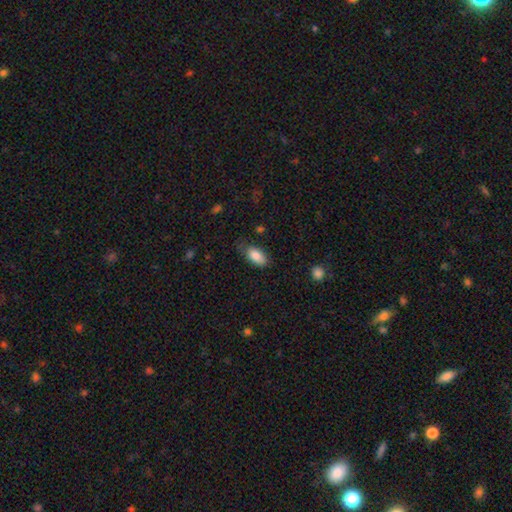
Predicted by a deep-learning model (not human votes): A smooth galaxy with no disk features (86%) that is in between round and cigar-shaped (92%).

Vote fractions:
- Smooth or featured? smooth: 86% / featured or disk: 7% / star or artifact: 7%
- How rounded? in between: 92% / cigar-shaped: 5% / round: 3%
- Merging? none: 69% / minor disturbance: 24% / major disturbance: 6% / merger: 1%